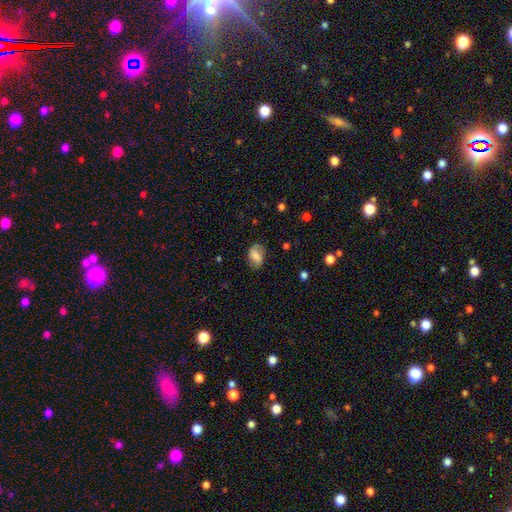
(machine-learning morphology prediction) This is possibly a smooth galaxy (58%). How rounded: clearly in between (83%). Merging: likely none (70%).